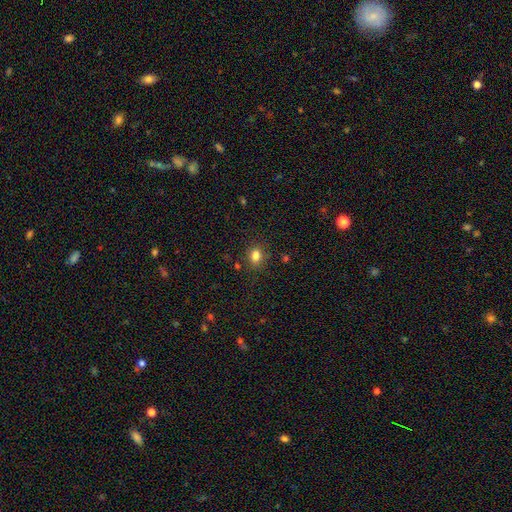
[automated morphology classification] This is clearly a smooth galaxy (82%). How rounded: possibly in between (59%). Merging: clearly none (81%).